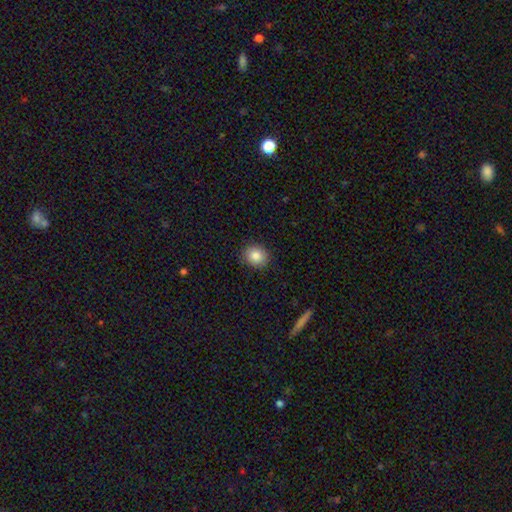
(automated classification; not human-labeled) A smooth galaxy with no disk features (85%) that is round (72%).

Vote fractions:
- Smooth or featured? smooth: 85% / star or artifact: 9% / featured or disk: 6%
- How rounded? round: 72% / in between: 27% / cigar-shaped: 1%
- Merging? none: 89% / minor disturbance: 8% / major disturbance: 2% / merger: 1%